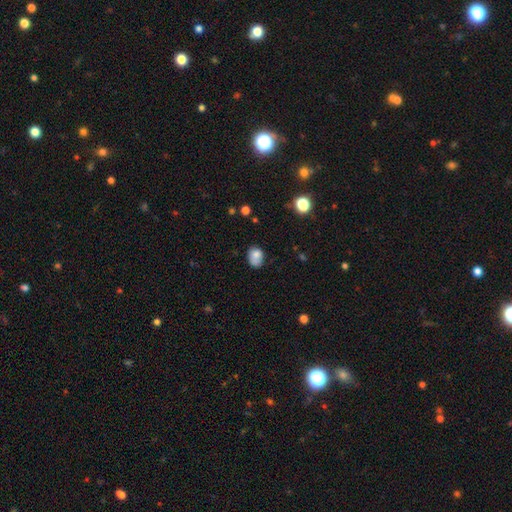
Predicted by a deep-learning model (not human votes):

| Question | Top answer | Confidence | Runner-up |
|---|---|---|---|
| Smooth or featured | smooth | 78% | featured or disk (12%) |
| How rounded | in between | 64% | round (35%) |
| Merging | none | 54% | minor disturbance (31%) |